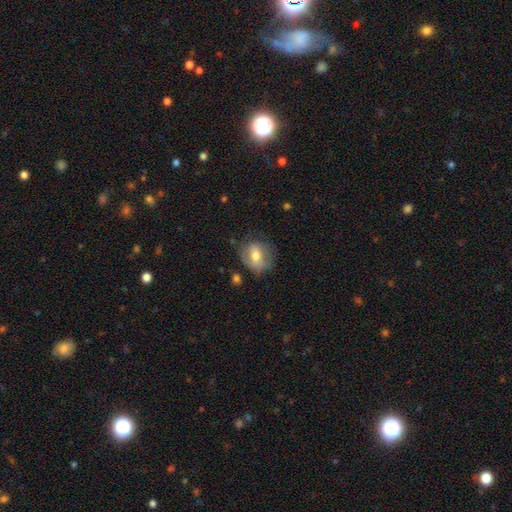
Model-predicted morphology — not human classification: Smooth or featured? smooth (54%)
How rounded? round (57%)
Merging? none (61%)